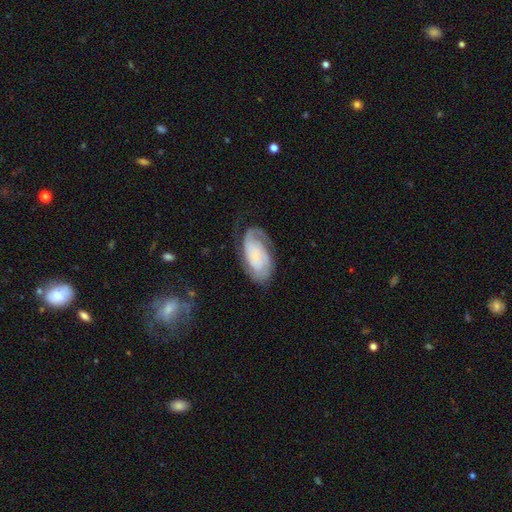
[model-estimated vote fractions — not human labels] Q: Smooth or featured?
A: featured or disk (75%); runner-up: smooth (19%)
Q: Edge-on disk?
A: no (96%); runner-up: yes (4%)
Q: Bar?
A: no (70%); runner-up: weak (23%)
Q: Spiral arms?
A: yes (94%); runner-up: no (6%)
Q: Spiral winding?
A: tight (55%); runner-up: medium (33%)
Q: Spiral arm count?
A: 2 (54%); runner-up: can't tell (19%)
Q: Bulge size?
A: small (46%); runner-up: none (33%)
Q: Merging?
A: none (62%); runner-up: minor disturbance (22%)